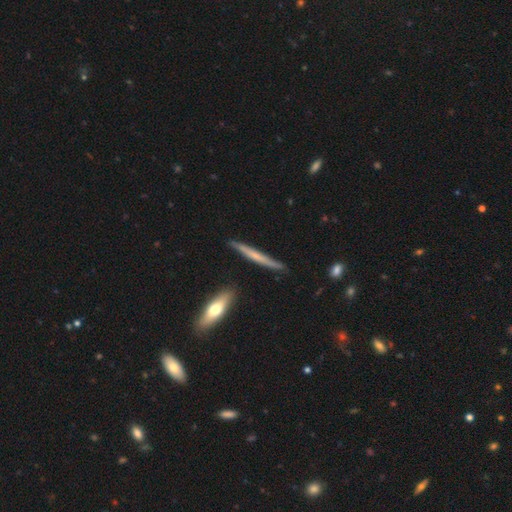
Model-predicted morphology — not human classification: Smooth or featured: featured or disk — 51% (smooth — 43%)
Edge-on disk: yes — 96% (no — 4%)
Merging: none — 85% (minor disturbance — 11%)